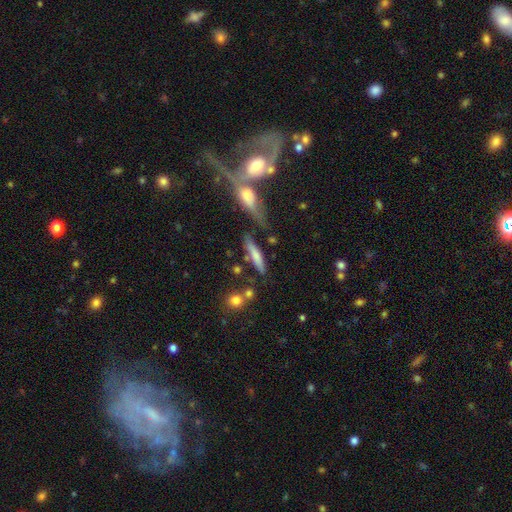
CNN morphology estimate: Smooth or featured: smooth — 64% (featured or disk — 27%)
How rounded: cigar-shaped — 80% (in between — 17%)
Merging: none — 60% (minor disturbance — 18%)